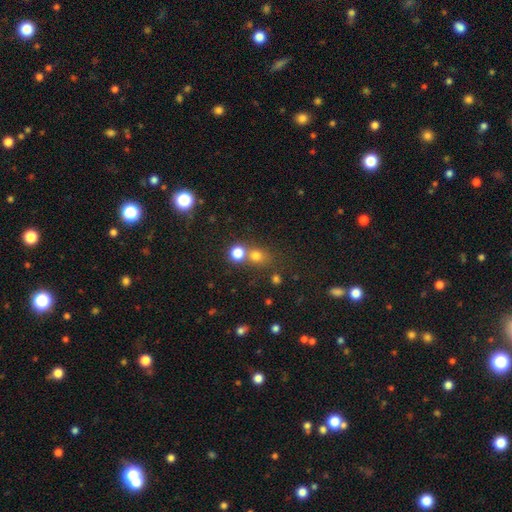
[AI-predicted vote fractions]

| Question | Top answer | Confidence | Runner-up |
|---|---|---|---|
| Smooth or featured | smooth | 72% | star or artifact (19%) |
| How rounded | round | 76% | in between (23%) |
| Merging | none | 52% | merger (36%) |